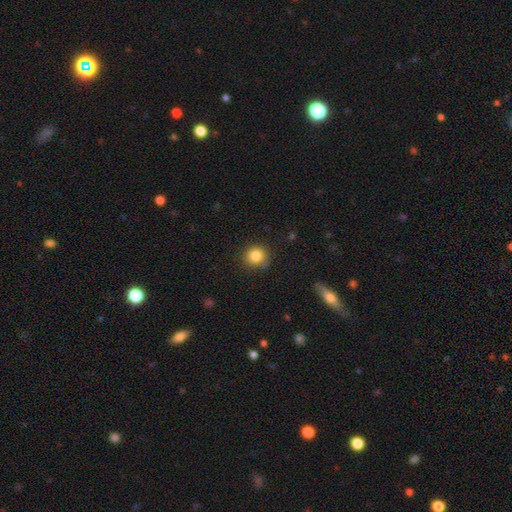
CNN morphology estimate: Overall: smooth (84%). How rounded: round (88%). Merging: none (81%).